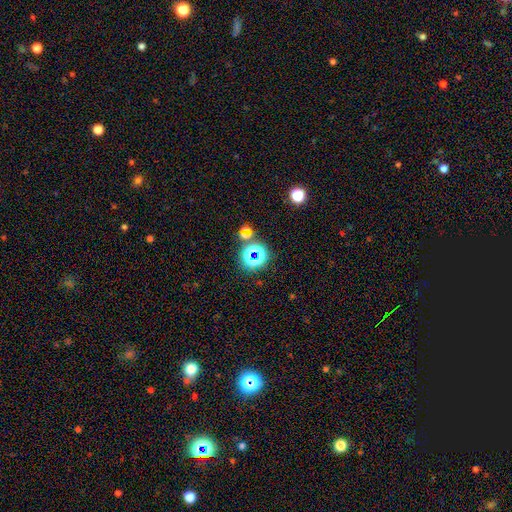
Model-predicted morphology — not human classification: A star or artifact, not a galaxy (62%).